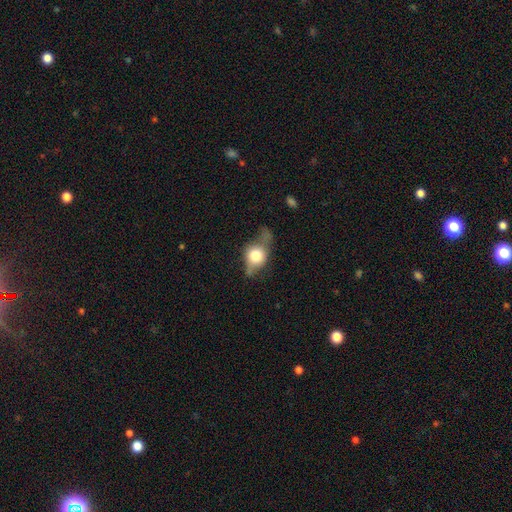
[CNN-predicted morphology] The model was most divided on "how rounded": round: 48%, in between: 47%, cigar-shaped: 4%. Remaining: smooth or featured — smooth (55%); merging — none (42%).